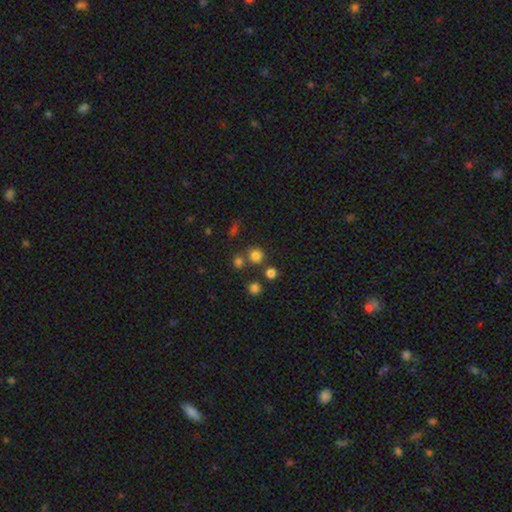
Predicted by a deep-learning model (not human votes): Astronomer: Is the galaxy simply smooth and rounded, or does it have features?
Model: smooth — 77%.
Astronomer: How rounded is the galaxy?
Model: round — 90%.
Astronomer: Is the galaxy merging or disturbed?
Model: none — 74%.